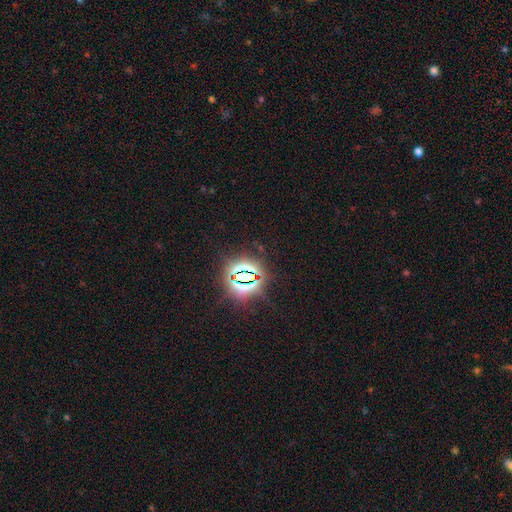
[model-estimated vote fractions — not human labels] Smooth or featured? star or artifact (82%)